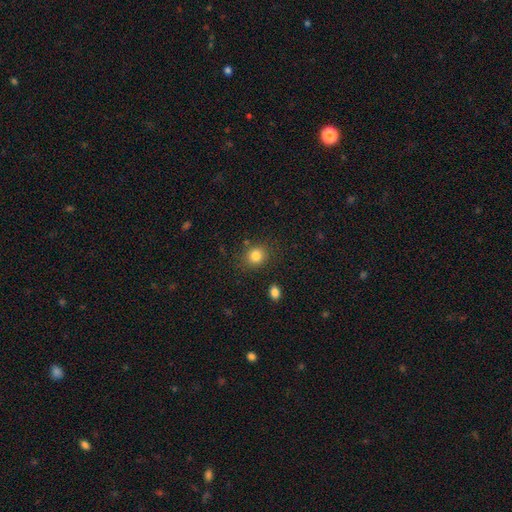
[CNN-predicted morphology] This is clearly a smooth galaxy (84%). How rounded: likely round (76%). Merging: clearly none (81%).